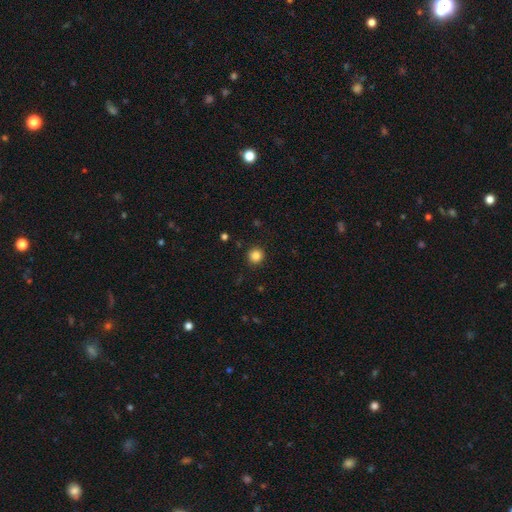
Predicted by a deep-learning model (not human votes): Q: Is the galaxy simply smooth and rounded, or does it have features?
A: smooth — 85%.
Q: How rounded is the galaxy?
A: round — 93%.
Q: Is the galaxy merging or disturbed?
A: none — 91%.